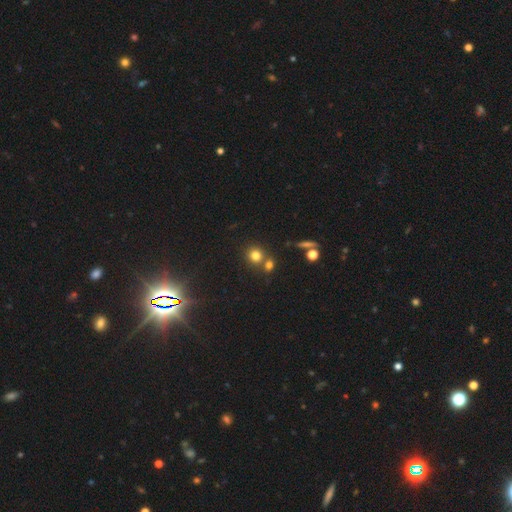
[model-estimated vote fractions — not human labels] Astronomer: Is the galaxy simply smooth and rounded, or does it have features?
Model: smooth — 76%.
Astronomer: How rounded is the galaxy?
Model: round — 87%.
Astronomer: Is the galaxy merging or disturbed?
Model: none — 61%.